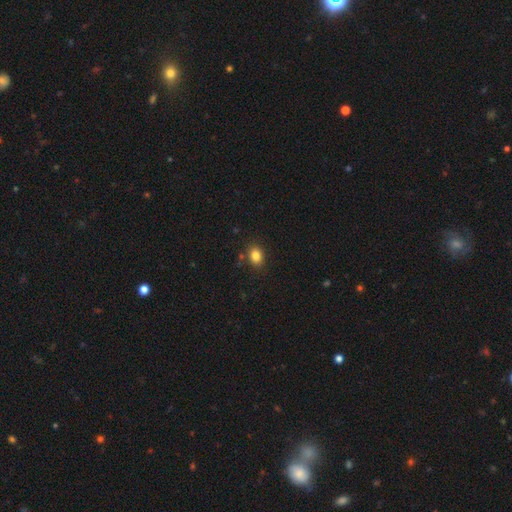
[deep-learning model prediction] Smooth or featured? Predicted: smooth (p=0.83). How rounded? Predicted: in between (p=0.58). Merging? Predicted: none (p=0.83).